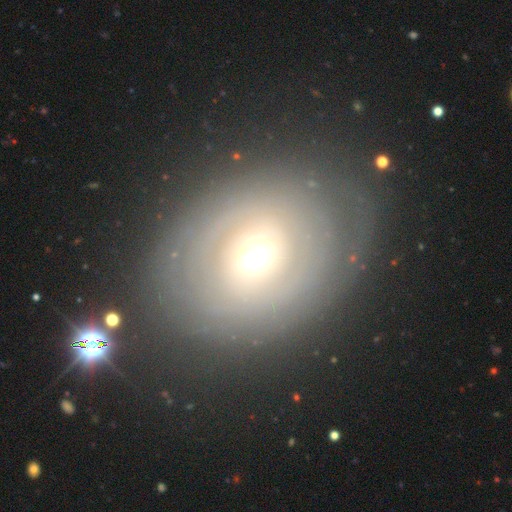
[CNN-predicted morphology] Overall: featured or disk (64%; smooth 27%). Edge-on disk: no (95%). Bar: no (73%). Spiral arms: yes (62%; no 38%). Bulge size: moderate (63%; small 25%). Merging: none (77%).